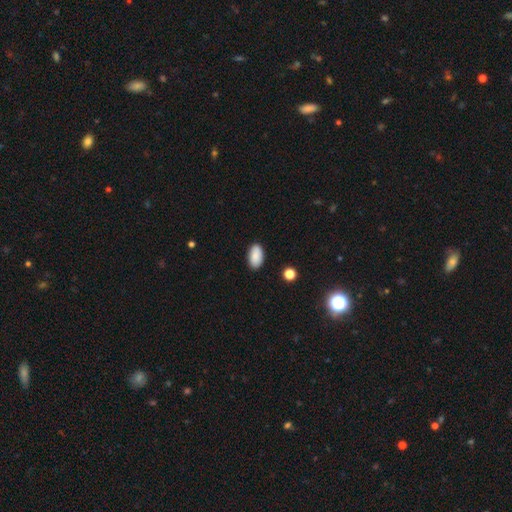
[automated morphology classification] A smooth galaxy with no disk features (88%) that is in between round and cigar-shaped (94%). Merging: none (88%).